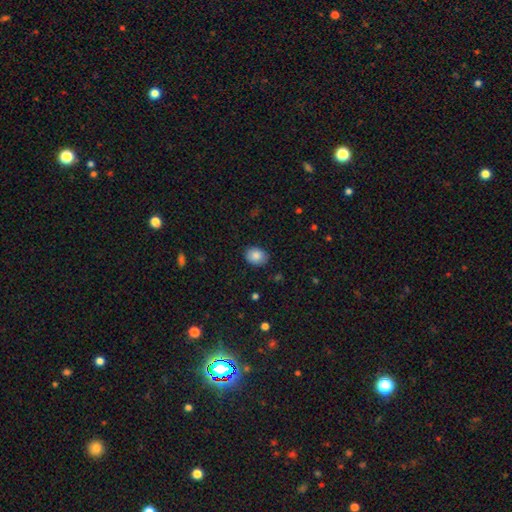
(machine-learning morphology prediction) A smooth galaxy with no disk features (86%) that is in between round and cigar-shaped (57%). Merging: none (86%).